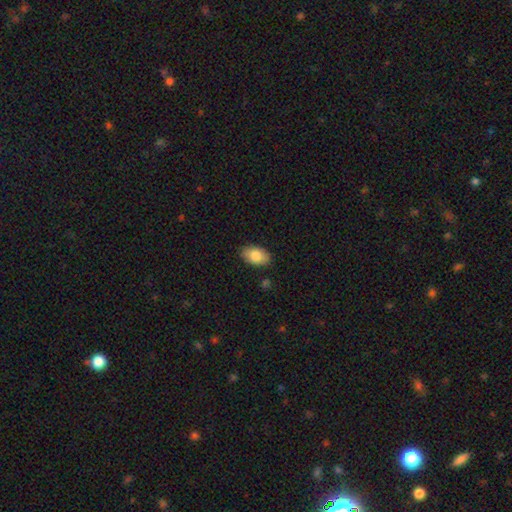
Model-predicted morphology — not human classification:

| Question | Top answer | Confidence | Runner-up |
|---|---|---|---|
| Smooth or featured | smooth | 83% | featured or disk (10%) |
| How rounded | in between | 91% | round (8%) |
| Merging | none | 85% | minor disturbance (11%) |